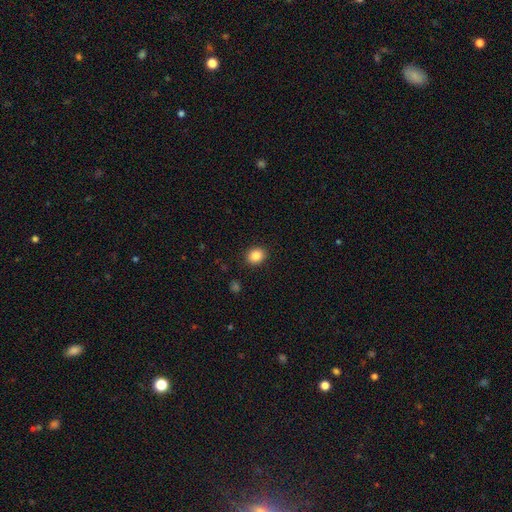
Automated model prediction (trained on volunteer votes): Smooth or featured: smooth — 87% (star or artifact — 9%)
How rounded: round — 61% (in between — 38%)
Merging: none — 90% (minor disturbance — 7%)